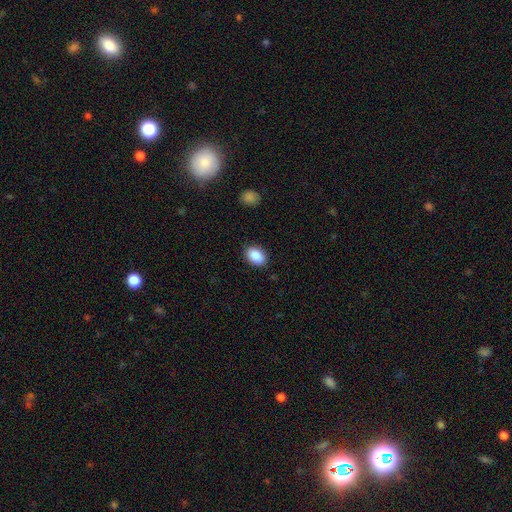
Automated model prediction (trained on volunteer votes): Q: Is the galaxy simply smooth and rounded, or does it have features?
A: smooth — 89%.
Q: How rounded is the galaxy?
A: in between — 87%.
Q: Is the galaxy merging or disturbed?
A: none — 88%.